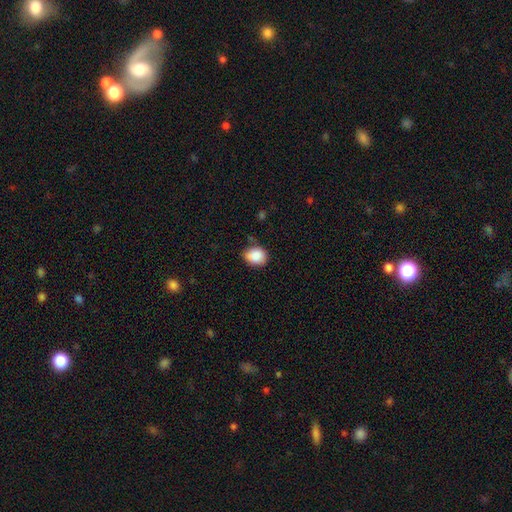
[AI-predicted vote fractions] A smooth galaxy with no disk features (87%) that is round (51%). Merging: none (71%).